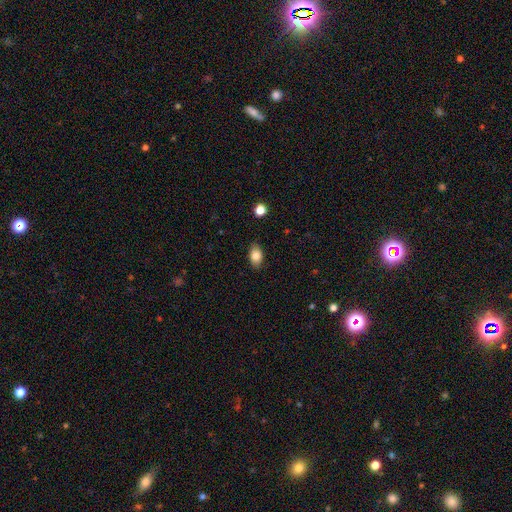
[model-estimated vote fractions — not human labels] A smooth galaxy with no disk features (83%) that is in between round and cigar-shaped (87%).

Vote fractions:
- Smooth or featured? smooth: 83% / featured or disk: 9% / star or artifact: 8%
- How rounded? in between: 87% / round: 11% / cigar-shaped: 2%
- Merging? none: 86% / minor disturbance: 11% / major disturbance: 2% / merger: 1%